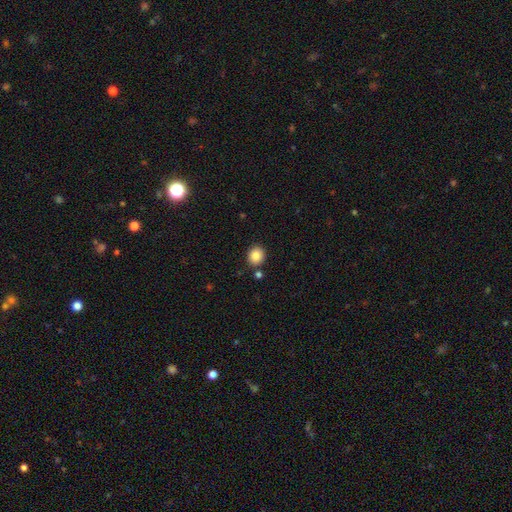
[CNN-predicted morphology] type=smooth (86%); roundness=round (74%); merging=none (85%).